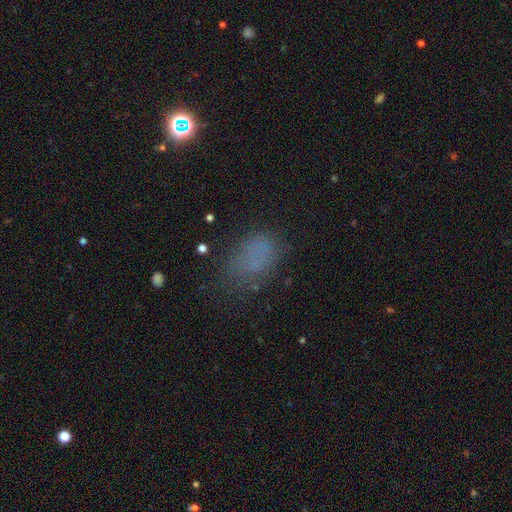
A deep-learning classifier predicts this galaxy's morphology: Overall: smooth (66%). How rounded: in between (82%). Merging: none (58%; minor disturbance 23%).